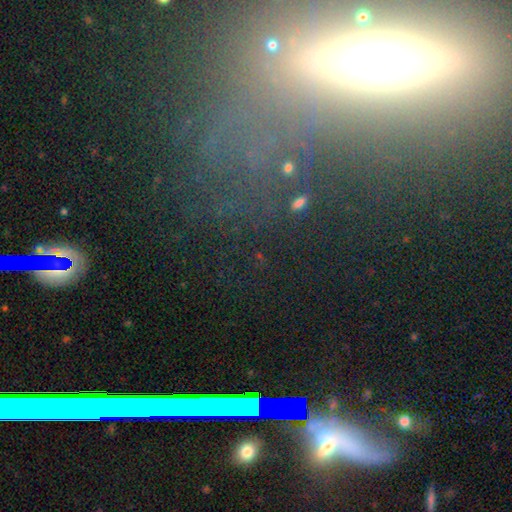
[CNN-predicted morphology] This appears to be a star or artifact, not a galaxy (63%).